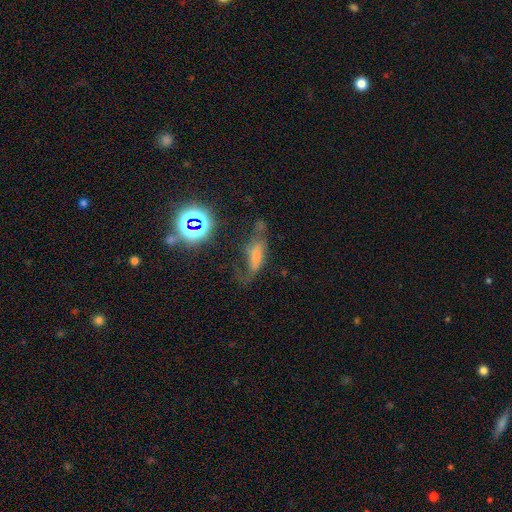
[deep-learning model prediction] A smooth galaxy with no disk features (45%).

Vote fractions:
- Smooth or featured? smooth: 45% / featured or disk: 36% / star or artifact: 19%
- Merging? none: 36% / major disturbance: 32% / minor disturbance: 25% / merger: 7%